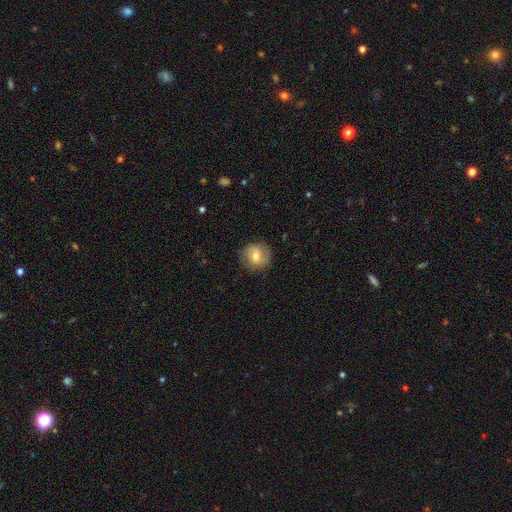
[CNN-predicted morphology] smooth_or_featured: smooth (p=0.52) [alt: featured or disk p=0.40]
how_rounded: round (p=0.85) [alt: in between p=0.14]
merging: none (p=0.79) [alt: minor disturbance p=0.15]